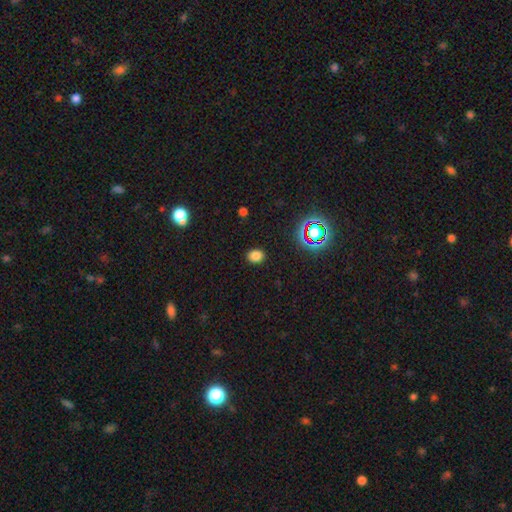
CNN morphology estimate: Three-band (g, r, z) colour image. It shows a smooth galaxy with no disk features (78%) that is round (53%). Merging: none (89%).